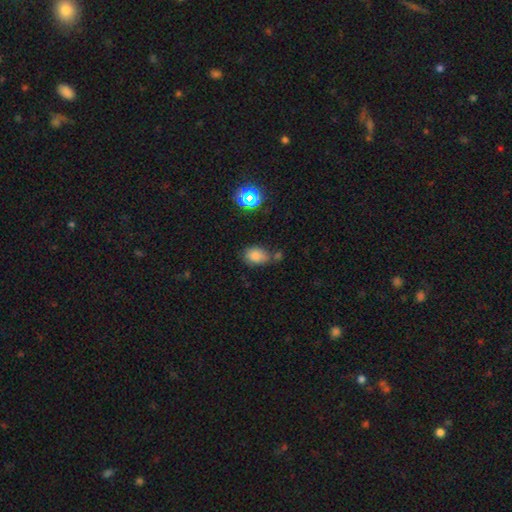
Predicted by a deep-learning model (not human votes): Smooth or featured: smooth — 77% (star or artifact — 15%)
How rounded: in between — 76% (round — 23%)
Merging: none — 58% (minor disturbance — 22%)